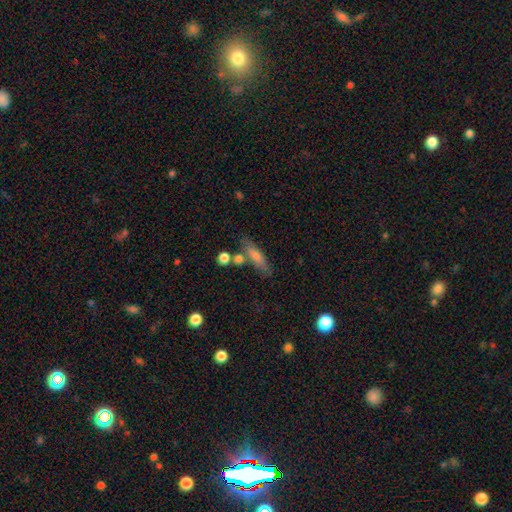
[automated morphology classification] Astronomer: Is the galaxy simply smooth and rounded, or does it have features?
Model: smooth — 62%.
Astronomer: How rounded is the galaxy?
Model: cigar-shaped — 70%.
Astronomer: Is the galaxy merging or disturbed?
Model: none — 71%.